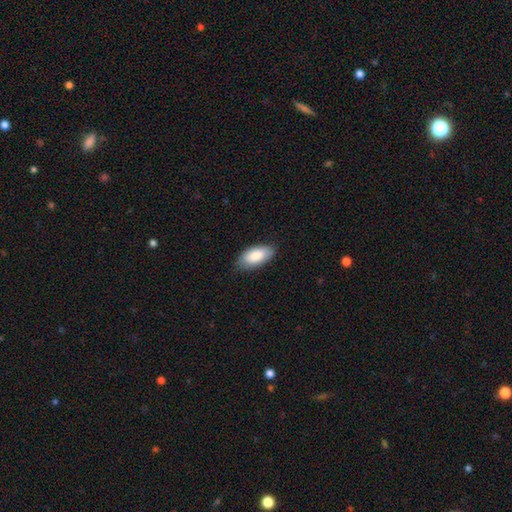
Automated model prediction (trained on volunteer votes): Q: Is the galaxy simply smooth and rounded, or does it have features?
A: smooth — 85%.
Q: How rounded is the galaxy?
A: in between — 92%.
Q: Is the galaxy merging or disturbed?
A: none — 81%.